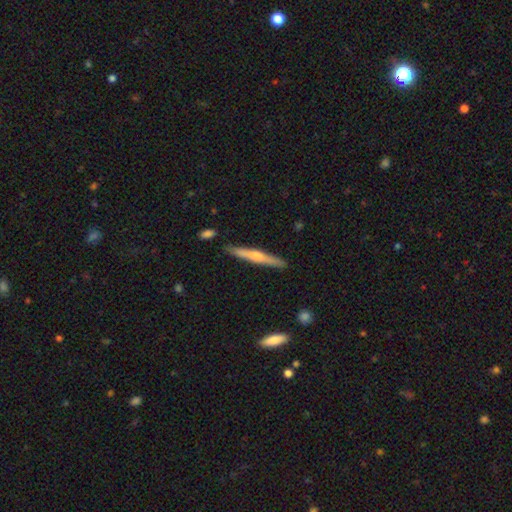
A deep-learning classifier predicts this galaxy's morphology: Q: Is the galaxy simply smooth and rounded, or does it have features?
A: featured or disk — 58%.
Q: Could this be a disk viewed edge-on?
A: yes — 97%.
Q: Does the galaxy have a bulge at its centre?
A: rounded — 76%.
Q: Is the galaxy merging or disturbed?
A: none — 88%.